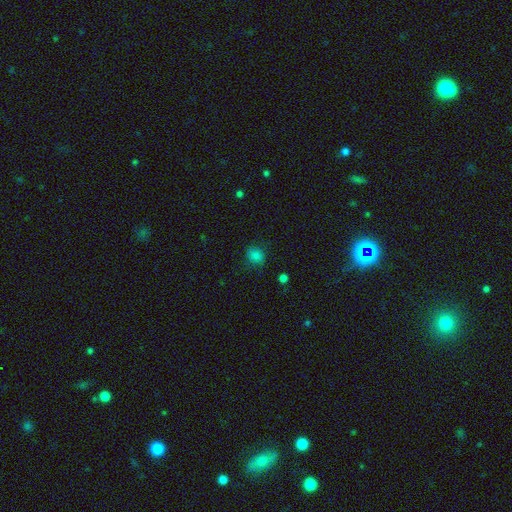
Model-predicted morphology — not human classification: smooth_or_featured: smooth (p=0.81) [alt: star or artifact p=0.14]
how_rounded: round (p=0.72) [alt: in between p=0.27]
merging: none (p=0.77) [alt: minor disturbance p=0.16]